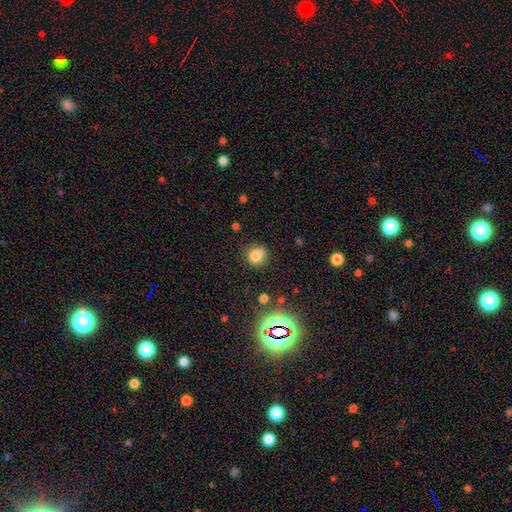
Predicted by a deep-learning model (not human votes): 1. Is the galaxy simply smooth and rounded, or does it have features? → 74% smooth, 15% star or artifact, 11% featured or disk.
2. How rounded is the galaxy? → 77% round, 21% in between, 1% cigar-shaped.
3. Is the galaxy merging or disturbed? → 57% none, 19% minor disturbance, 18% merger, 7% major disturbance.